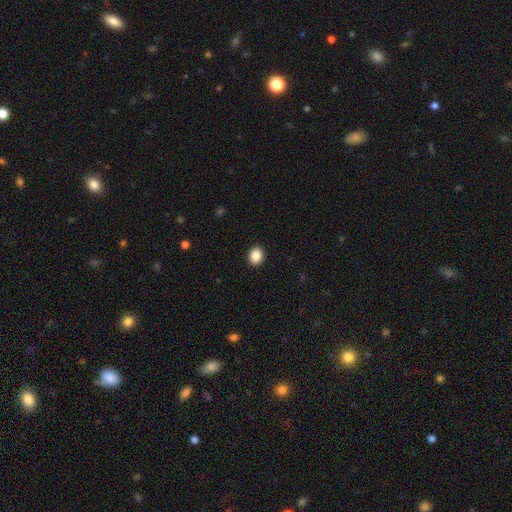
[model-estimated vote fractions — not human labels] A smooth galaxy with no disk features (88%) that is round (64%).

Vote fractions:
- Smooth or featured? smooth: 88% / star or artifact: 9% / featured or disk: 3%
- How rounded? round: 64% / in between: 35% / cigar-shaped: 1%
- Merging? none: 92% / minor disturbance: 5% / major disturbance: 2% / merger: 1%